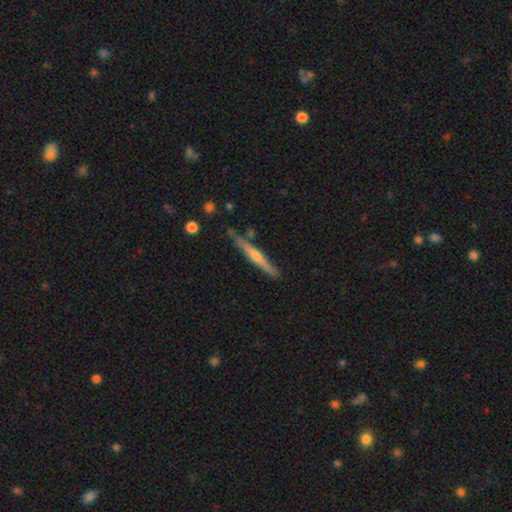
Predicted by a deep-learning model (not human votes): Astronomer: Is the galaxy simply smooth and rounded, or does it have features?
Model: featured or disk — 68%.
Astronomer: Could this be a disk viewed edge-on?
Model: yes — 97%.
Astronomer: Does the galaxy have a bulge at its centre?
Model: rounded — 75%.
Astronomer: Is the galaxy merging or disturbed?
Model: none — 86%.